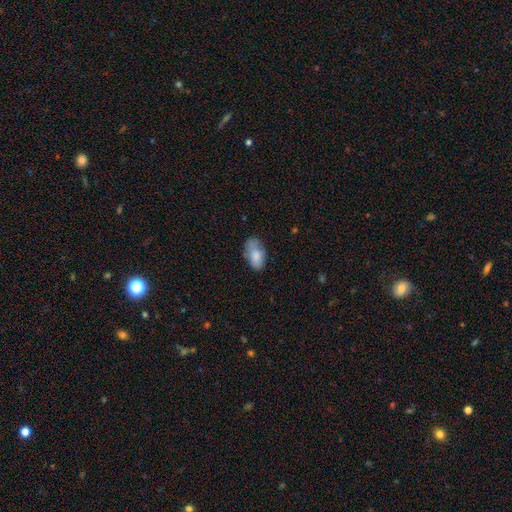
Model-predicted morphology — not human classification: Smooth or featured? smooth (79%)
How rounded? in between (93%)
Merging? none (57%)